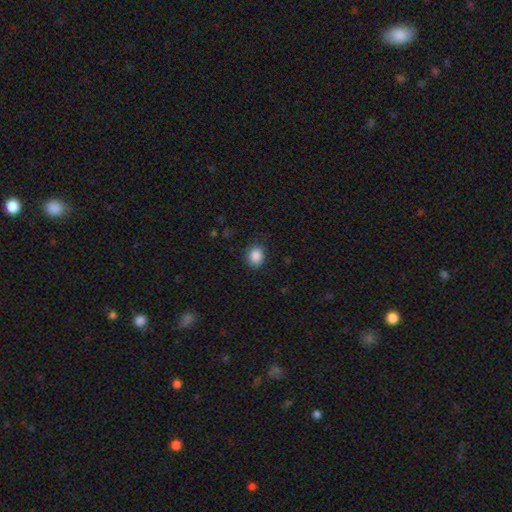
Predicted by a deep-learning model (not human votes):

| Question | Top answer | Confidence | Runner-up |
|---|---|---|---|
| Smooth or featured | smooth | 88% | star or artifact (9%) |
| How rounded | round | 68% | in between (31%) |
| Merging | none | 85% | minor disturbance (11%) |